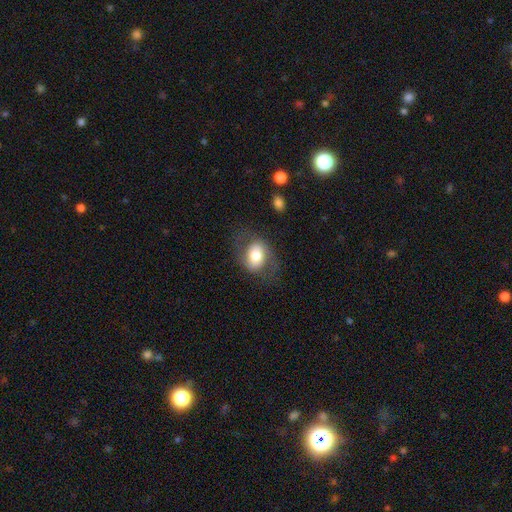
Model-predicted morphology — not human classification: Q: Smooth or featured?
A: smooth (61%); runner-up: featured or disk (32%)
Q: How rounded?
A: in between (64%); runner-up: round (35%)
Q: Merging?
A: none (65%); runner-up: minor disturbance (19%)